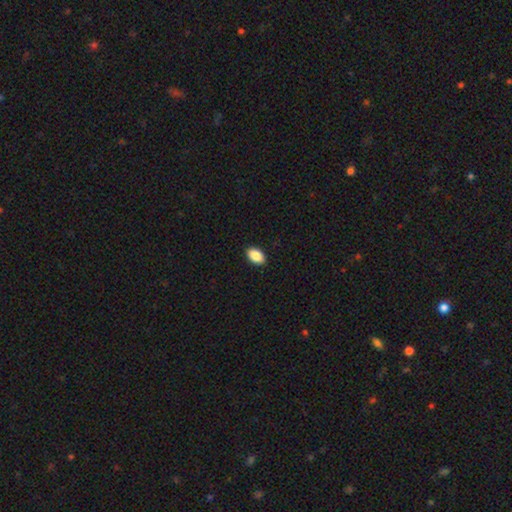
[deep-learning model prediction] Smooth or featured? Predicted: smooth (p=0.89). How rounded? Predicted: in between (p=0.92). Merging? Predicted: none (p=0.91).